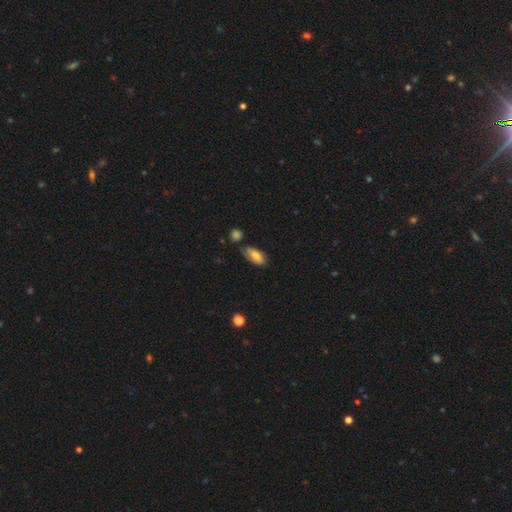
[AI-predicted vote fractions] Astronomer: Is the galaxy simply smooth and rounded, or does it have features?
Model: smooth — 70%.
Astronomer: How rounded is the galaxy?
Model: in between — 88%.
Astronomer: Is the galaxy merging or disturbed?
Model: none — 62%.